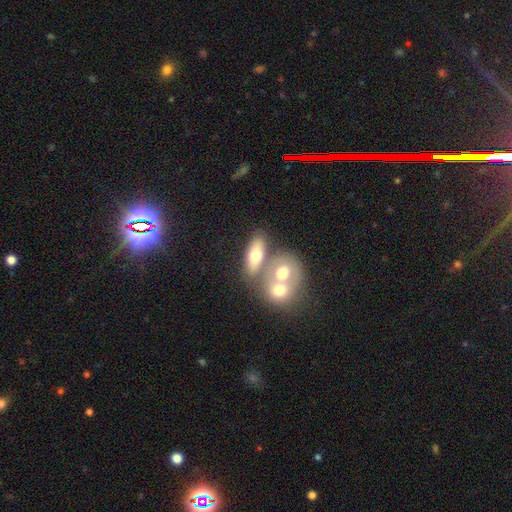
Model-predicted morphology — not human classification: Smooth or featured: smooth — 64% (featured or disk — 28%)
How rounded: in between — 75% (round — 18%)
Merging: merger — 46% (none — 40%)